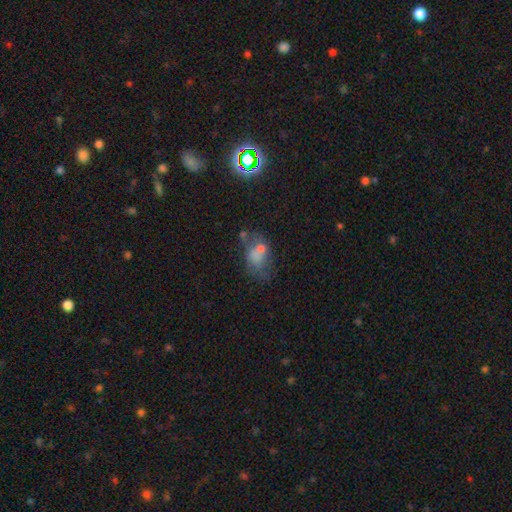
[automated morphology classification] Smooth or featured: smooth — 48% (star or artifact — 26%)
Merging: none — 37% (minor disturbance — 22%)